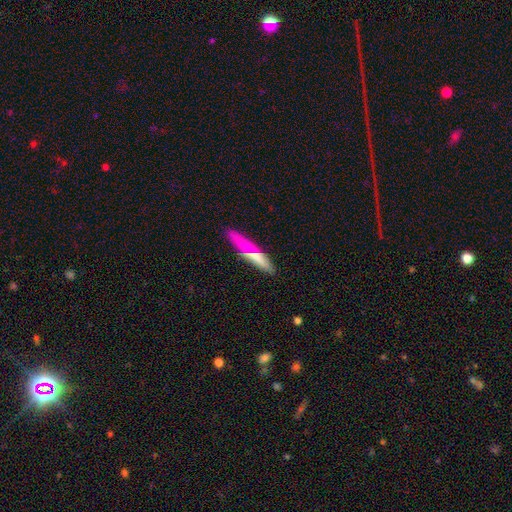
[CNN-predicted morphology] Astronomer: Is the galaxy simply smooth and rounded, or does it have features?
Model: smooth — 66%.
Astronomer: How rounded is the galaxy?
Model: cigar-shaped — 83%.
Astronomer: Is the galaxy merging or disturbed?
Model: none — 84%.